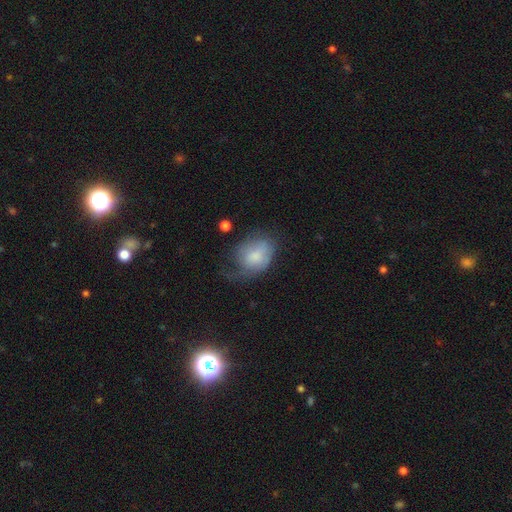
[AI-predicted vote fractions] Morphology: type=smooth (64%); roundness=in between (66%); merging=major disturbance (35%).